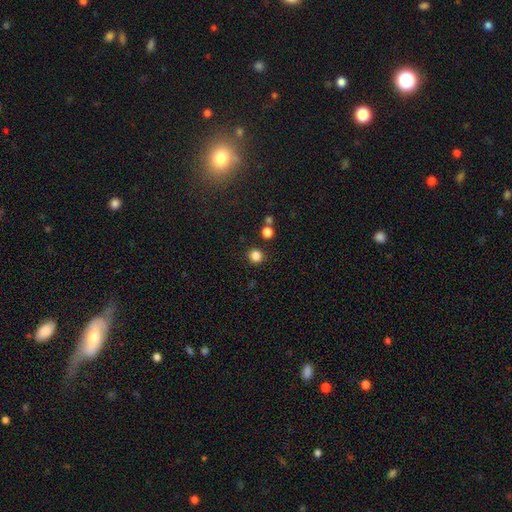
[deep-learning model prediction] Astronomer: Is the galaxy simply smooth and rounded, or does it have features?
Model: smooth — 83%.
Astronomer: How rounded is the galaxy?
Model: round — 92%.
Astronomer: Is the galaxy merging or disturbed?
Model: none — 88%.